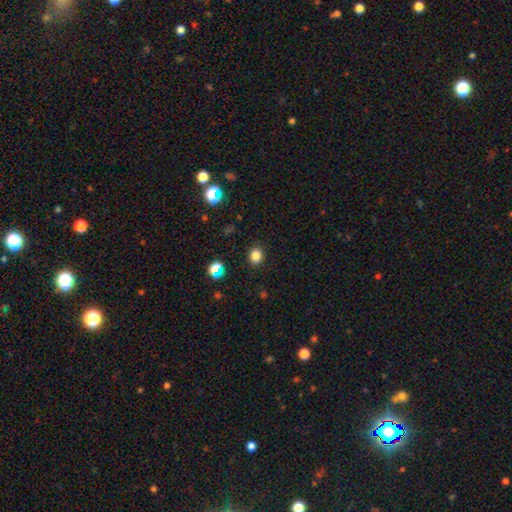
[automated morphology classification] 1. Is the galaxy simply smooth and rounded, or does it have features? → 82% smooth, 14% star or artifact, 4% featured or disk.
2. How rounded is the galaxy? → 66% round, 33% in between, 1% cigar-shaped.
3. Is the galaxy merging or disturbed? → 89% none, 7% minor disturbance, 2% major disturbance, 1% merger.